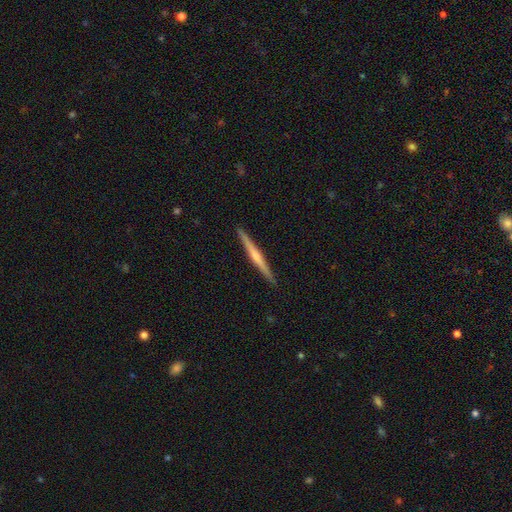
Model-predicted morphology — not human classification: smooth-or-featured: featured or disk: 63% | smooth: 32% | star or artifact: 5%
  disk-edge-on: yes: 98% | no: 2%
    edge-on-bulge: rounded: 54% | none: 36% | boxy: 10%
  merging: none: 93% | minor disturbance: 5% | major disturbance: 1% | merger: 1%